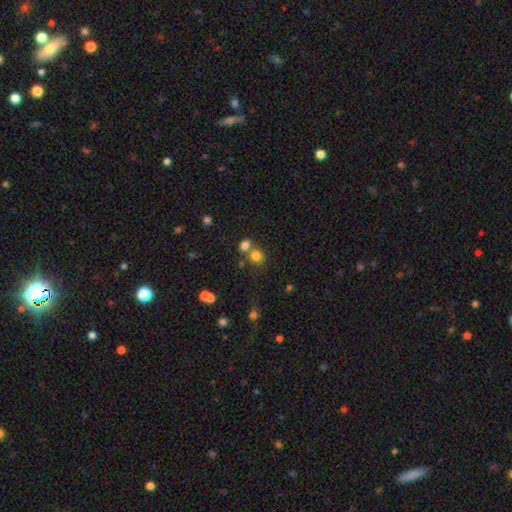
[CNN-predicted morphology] A smooth galaxy with no disk features (78%) that is round (77%).

Vote fractions:
- Smooth or featured? smooth: 78% / star or artifact: 14% / featured or disk: 7%
- How rounded? round: 77% / in between: 22% / cigar-shaped: 1%
- Merging? none: 54% / merger: 34% / minor disturbance: 8% / major disturbance: 4%